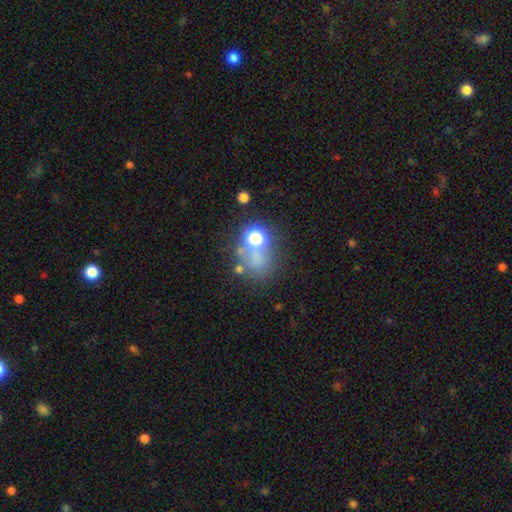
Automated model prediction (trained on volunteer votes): Smooth or featured?
  - smooth: 50% *
  - star or artifact: 30%
  - featured or disk: 20%
Merging?
  - none: 46% *
  - merger: 23%
  - major disturbance: 16%
  - minor disturbance: 15%